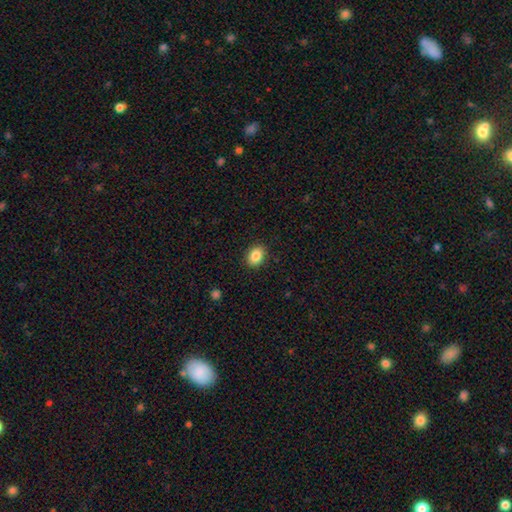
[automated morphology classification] type=smooth (86%); roundness=in between (57%); merging=none (89%).